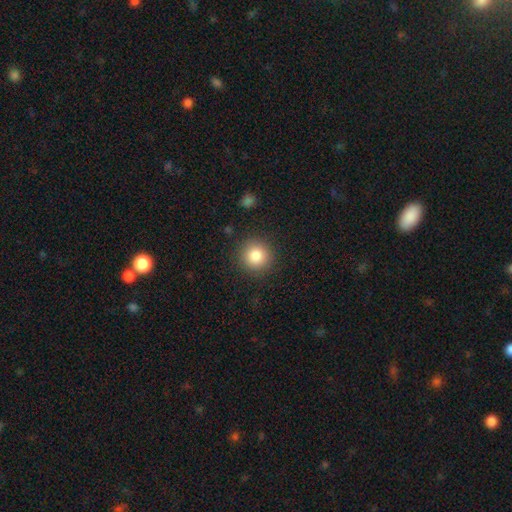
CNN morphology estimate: smooth-or-featured: smooth: 84% | star or artifact: 10% | featured or disk: 6%
  how-rounded: round: 94% | in between: 5% | cigar-shaped: 1%
  merging: none: 89% | minor disturbance: 7% | major disturbance: 3% | merger: 1%